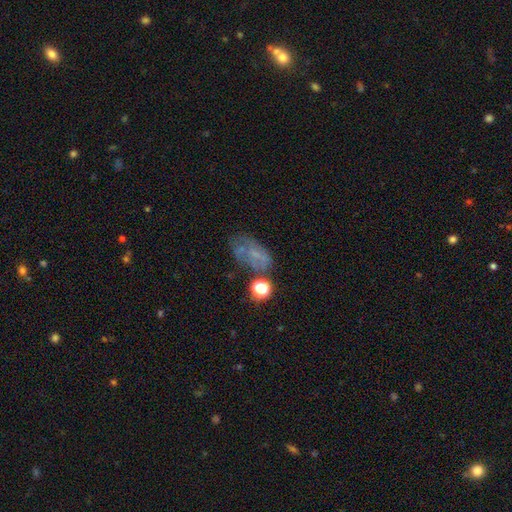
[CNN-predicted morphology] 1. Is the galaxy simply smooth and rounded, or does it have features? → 42% featured or disk, 35% smooth, 23% star or artifact.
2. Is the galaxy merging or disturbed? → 42% none, 24% major disturbance, 23% minor disturbance, 11% merger.